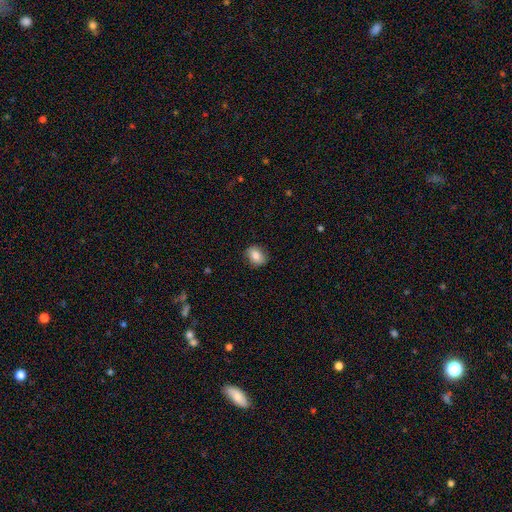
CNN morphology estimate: Smooth or featured: smooth — 80% (featured or disk — 11%)
How rounded: in between — 63% (round — 36%)
Merging: none — 84% (minor disturbance — 12%)